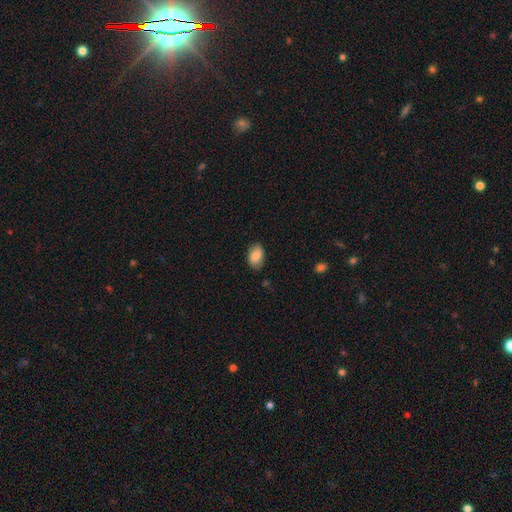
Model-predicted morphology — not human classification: Q: Smooth or featured?
A: smooth (85%); runner-up: featured or disk (8%)
Q: How rounded?
A: in between (88%); runner-up: round (10%)
Q: Merging?
A: none (79%); runner-up: minor disturbance (16%)